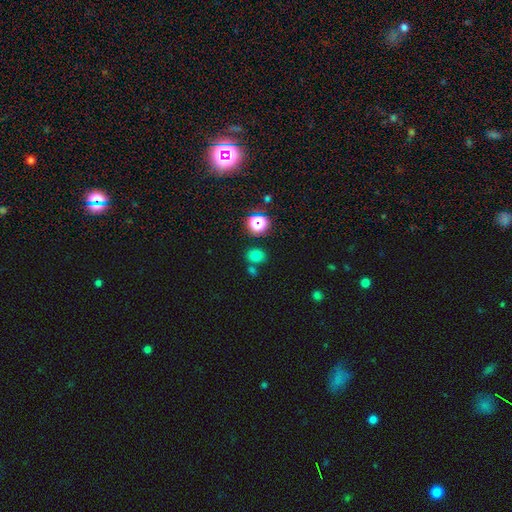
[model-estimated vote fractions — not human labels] A smooth galaxy with no disk features (70%) that is round (57%).

Vote fractions:
- Smooth or featured? smooth: 70% / star or artifact: 23% / featured or disk: 7%
- How rounded? round: 57% / in between: 42% / cigar-shaped: 1%
- Merging? none: 70% / merger: 17% / minor disturbance: 10% / major disturbance: 3%